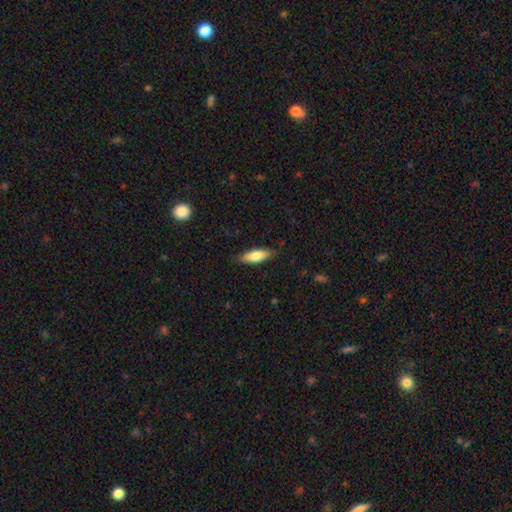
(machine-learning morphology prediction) smooth 77%, featured or disk 17%, star or artifact 6%. Down the decision tree: how rounded — in between (56%); merging — none (83%).